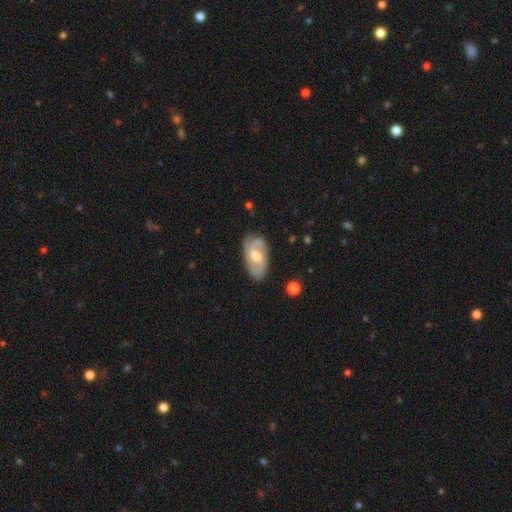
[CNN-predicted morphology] smooth_or_featured: featured or disk (p=0.72) [alt: smooth p=0.22]
disk_edge_on: no (p=0.93) [alt: yes p=0.07]
bar: no (p=0.50) [alt: weak p=0.42]
has_spiral_arms: yes (p=0.88) [alt: no p=0.12]
spiral_winding: medium (p=0.45) [alt: tight p=0.38]
spiral_arm_count: 2 (p=0.50) [alt: can't tell p=0.25]
bulge_size: moderate (p=0.64) [alt: large p=0.16]
merging: none (p=0.73) [alt: minor disturbance p=0.19]